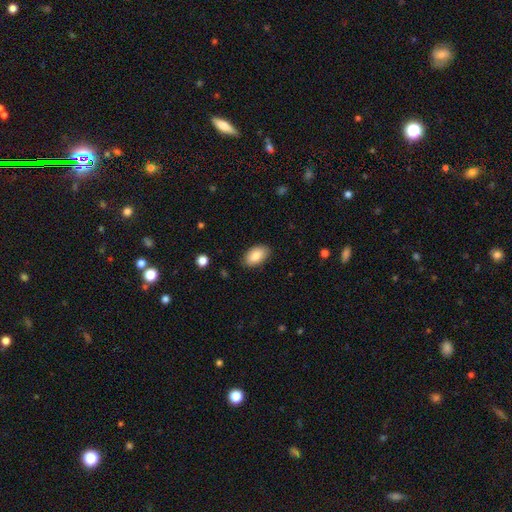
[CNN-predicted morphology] This appears to be a smooth galaxy with no disk features (85%) that is in between round and cigar-shaped (94%). Merging: none (87%).